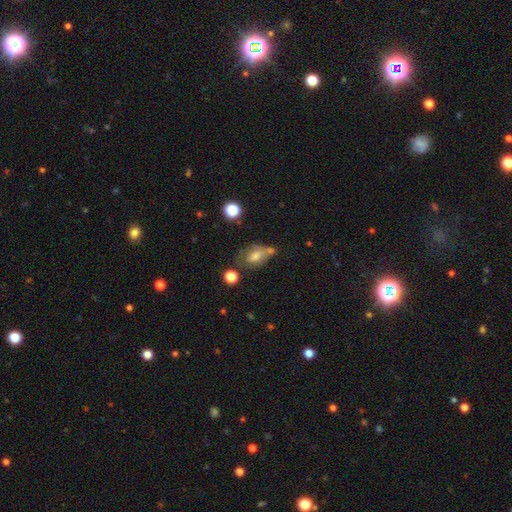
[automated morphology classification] This is possibly a smooth galaxy (58%). How rounded: likely in between (78%). Merging: marginally none (41%).